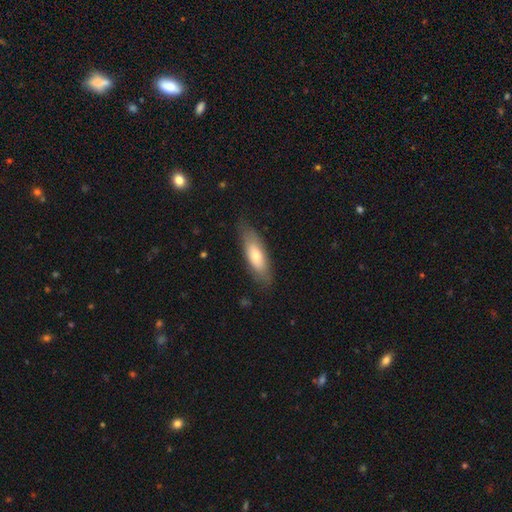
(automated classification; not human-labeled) smooth_or_featured: smooth (p=0.69) [alt: featured or disk p=0.26]
how_rounded: in between (p=0.58) [alt: cigar-shaped p=0.40]
merging: none (p=0.78) [alt: minor disturbance p=0.17]